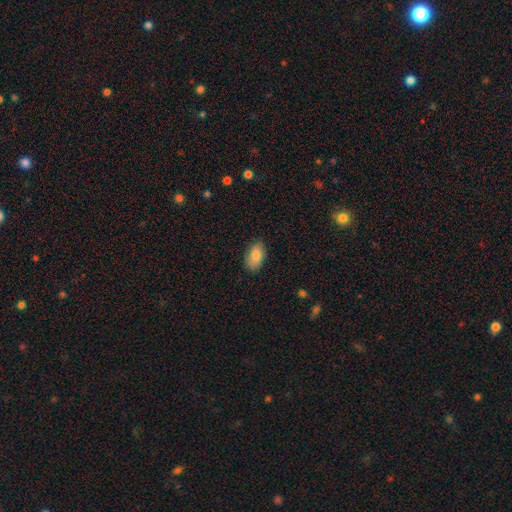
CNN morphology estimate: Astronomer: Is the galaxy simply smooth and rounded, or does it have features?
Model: smooth — 84%.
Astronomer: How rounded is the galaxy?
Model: in between — 92%.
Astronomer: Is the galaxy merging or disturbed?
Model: none — 83%.